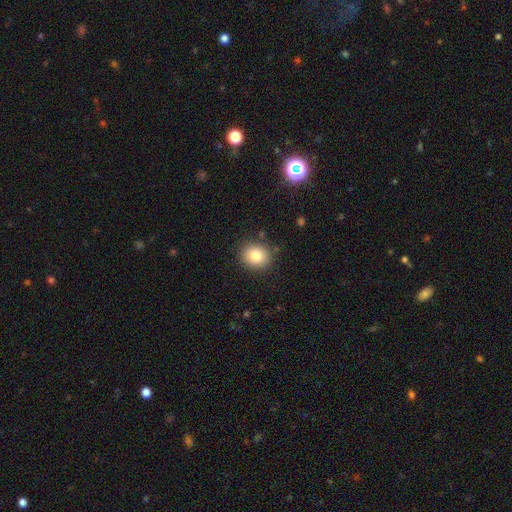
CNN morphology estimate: smooth_or_featured: smooth (p=0.81) [alt: star or artifact p=0.10]
how_rounded: round (p=0.72) [alt: in between p=0.27]
merging: none (p=0.87) [alt: minor disturbance p=0.09]